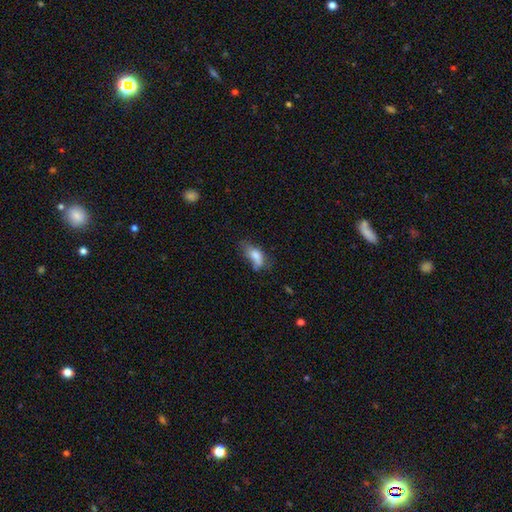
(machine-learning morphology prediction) A smooth galaxy with no disk features (72%) that is in between round and cigar-shaped (84%). Merging: minor disturbance (32%).